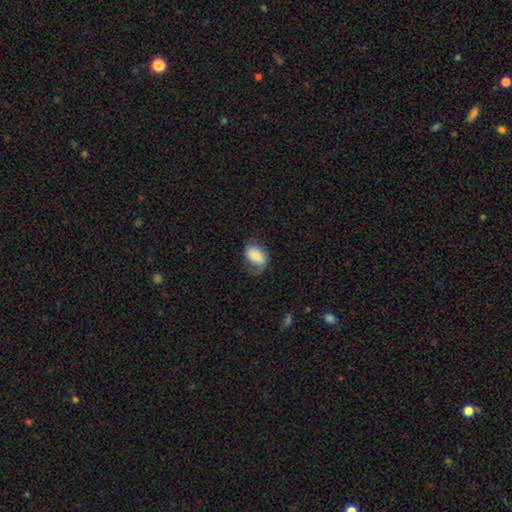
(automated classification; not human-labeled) smooth-or-featured: smooth: 65% | featured or disk: 28% | star or artifact: 8%
  how-rounded: in between: 85% | round: 13% | cigar-shaped: 2%
  merging: none: 55% | minor disturbance: 29% | major disturbance: 14% | merger: 1%